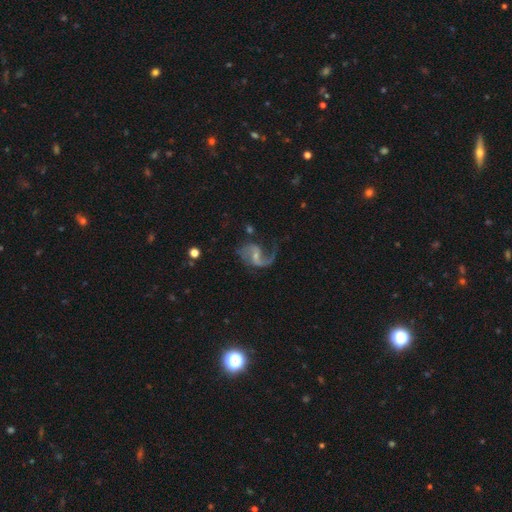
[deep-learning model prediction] Smooth or featured: featured or disk — 87% (smooth — 7%)
Edge-on disk: no — 98% (yes — 2%)
Bar: weak — 51% (no — 34%)
Spiral arms: yes — 96% (no — 4%)
Spiral winding: loose — 62% (medium — 32%)
Spiral arm count: 2 — 72% (1 — 23%)
Bulge size: small — 59% (moderate — 28%)
Merging: none — 53% (major disturbance — 25%)